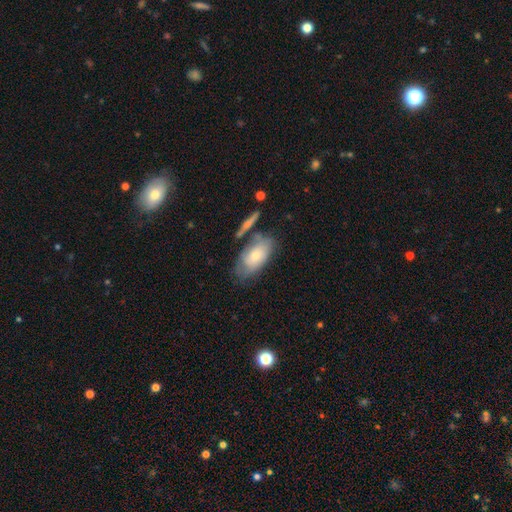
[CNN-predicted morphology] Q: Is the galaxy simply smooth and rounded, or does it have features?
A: smooth — 66%.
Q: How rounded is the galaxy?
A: in between — 91%.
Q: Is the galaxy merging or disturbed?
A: none — 52%.